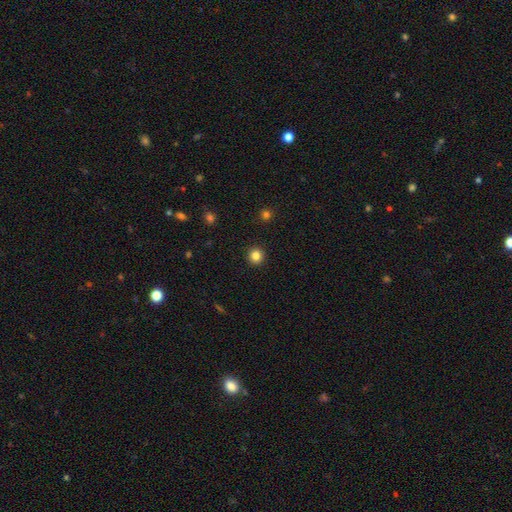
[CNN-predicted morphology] This appears to be a smooth galaxy with no disk features (83%) that is round (94%). Merging: none (93%).